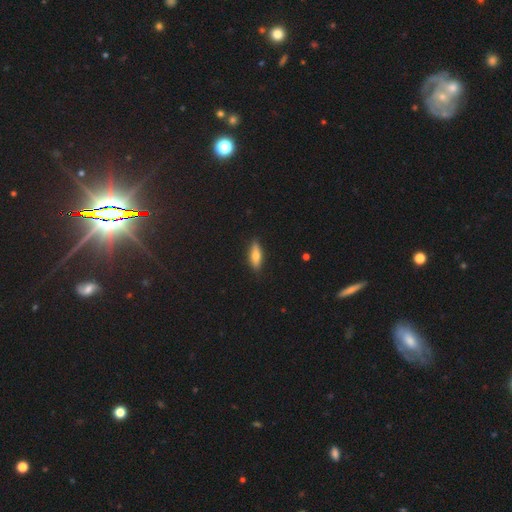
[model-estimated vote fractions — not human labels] This is likely a smooth galaxy (68%). How rounded: possibly in between (53%). Merging: clearly none (86%).